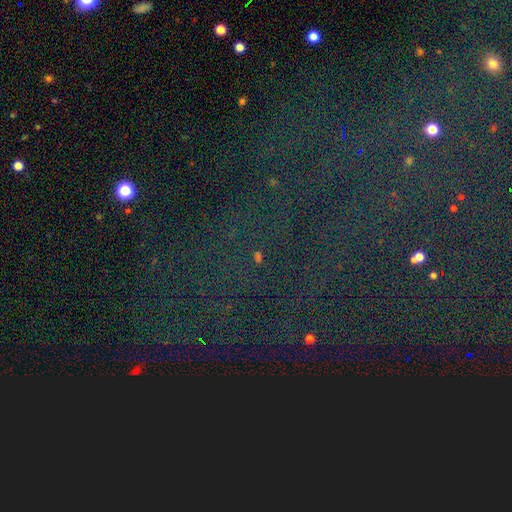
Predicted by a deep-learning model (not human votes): smooth-or-featured: star or artifact: 83% | smooth: 9% | featured or disk: 8%